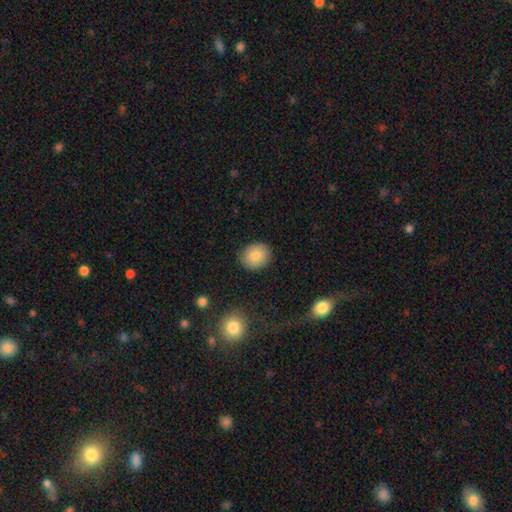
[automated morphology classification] smooth_or_featured: smooth (p=0.83) [alt: featured or disk p=0.09]
how_rounded: round (p=0.66) [alt: in between p=0.34]
merging: none (p=0.88) [alt: minor disturbance p=0.08]